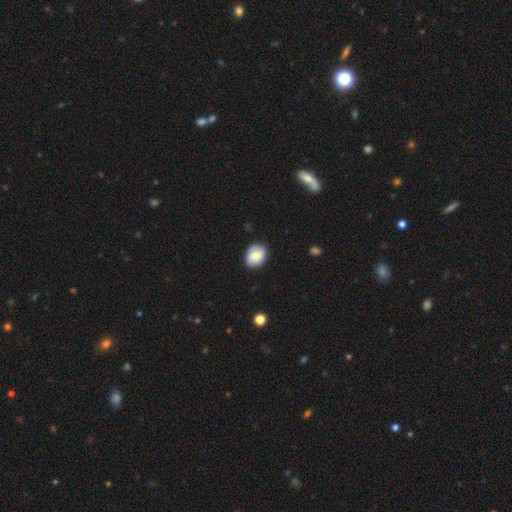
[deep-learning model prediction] Smooth or featured? Predicted: smooth (p=0.78). How rounded? Predicted: in between (p=0.58). Merging? Predicted: none (p=0.81).